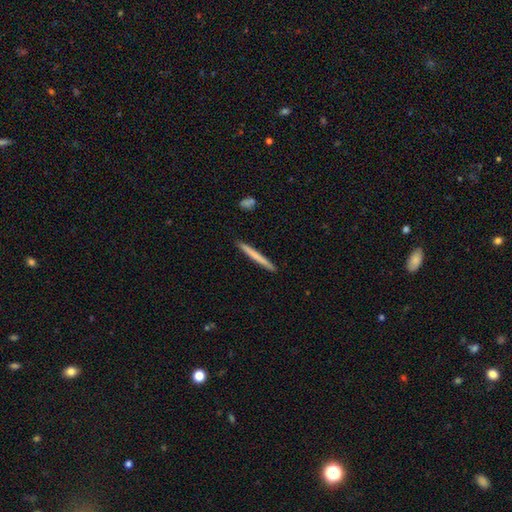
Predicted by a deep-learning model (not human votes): Smooth or featured: smooth — 66% (featured or disk — 29%)
How rounded: cigar-shaped — 97% (in between — 2%)
Merging: none — 92% (minor disturbance — 5%)